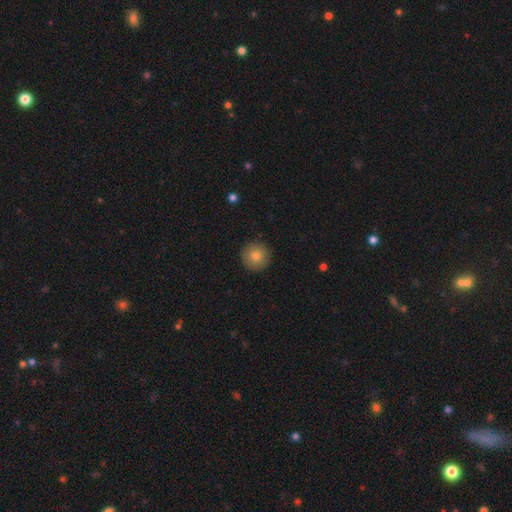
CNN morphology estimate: This appears to be a smooth galaxy with no disk features (81%) that is round (96%). Merging: none (92%).